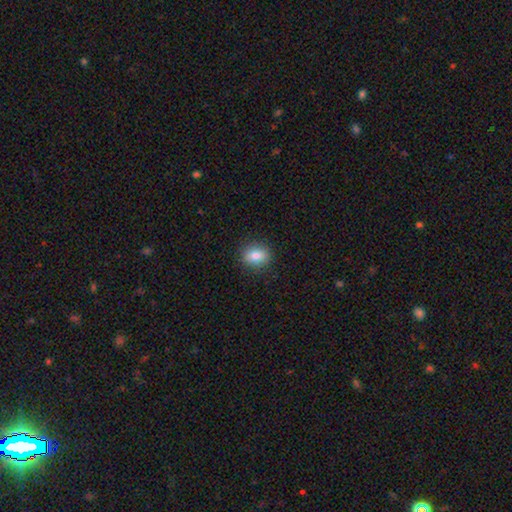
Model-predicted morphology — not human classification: type=smooth (83%); roundness=round (52%); merging=none (89%).